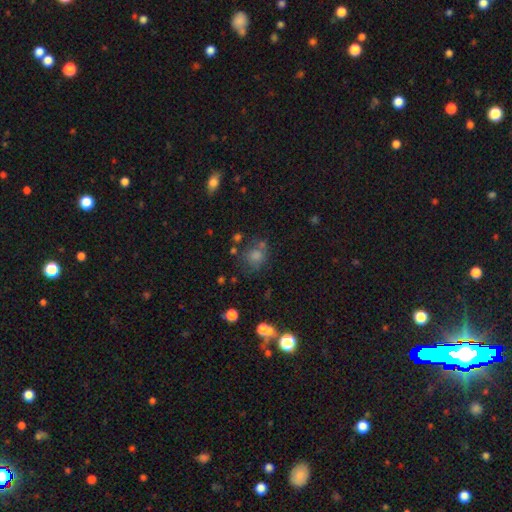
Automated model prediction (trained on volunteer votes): A smooth galaxy with no disk features (60%) that is round (76%).

Vote fractions:
- Smooth or featured? smooth: 60% / star or artifact: 26% / featured or disk: 13%
- How rounded? round: 76% / in between: 22% / cigar-shaped: 1%
- Merging? none: 64% / minor disturbance: 16% / merger: 11% / major disturbance: 8%